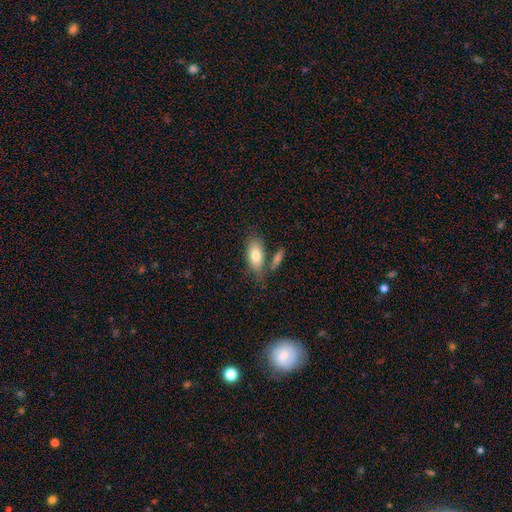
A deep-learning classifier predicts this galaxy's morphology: Overall: smooth (79%). How rounded: in between (89%). Merging: none (59%).